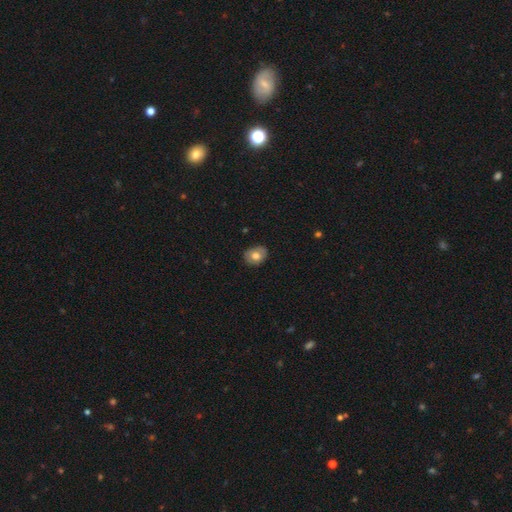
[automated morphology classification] Q: Smooth or featured?
A: smooth (72%); runner-up: featured or disk (20%)
Q: How rounded?
A: in between (58%); runner-up: round (41%)
Q: Merging?
A: none (84%); runner-up: minor disturbance (13%)